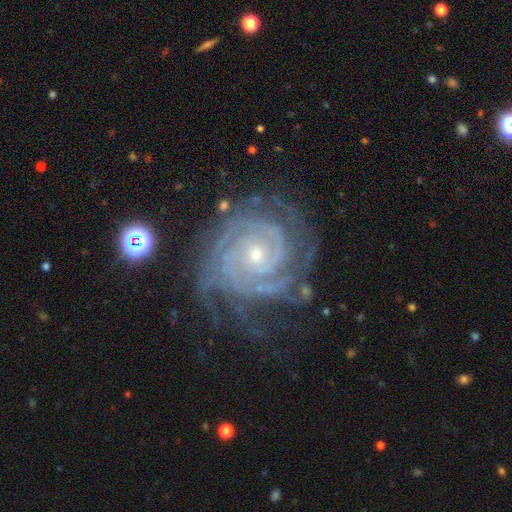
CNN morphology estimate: Smooth or featured? featured or disk (92%)
Edge-on disk? no (98%)
Bar? no (71%)
Spiral arms? yes (99%)
Spiral winding? tight (83%)
Spiral arm count? 2 (30%)
Bulge size? small (66%)
Merging? none (66%)